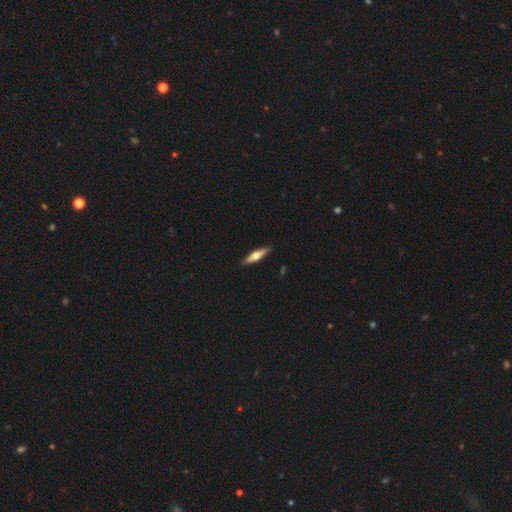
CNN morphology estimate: Smooth or featured? featured or disk (47%, tied with smooth)
Merging? none (89%)